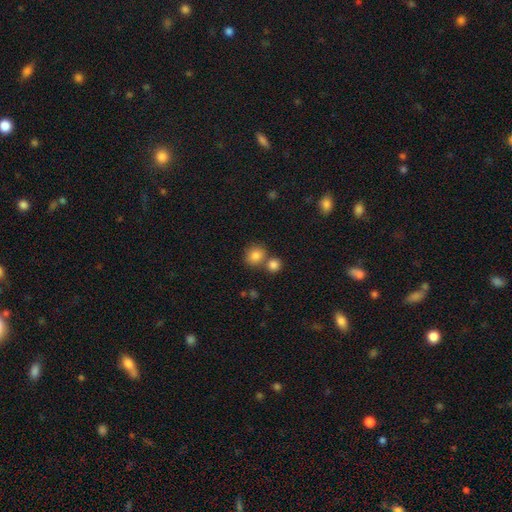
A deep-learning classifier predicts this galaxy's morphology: Q: Smooth or featured?
A: smooth (84%); runner-up: star or artifact (10%)
Q: How rounded?
A: round (75%); runner-up: in between (24%)
Q: Merging?
A: none (57%); runner-up: merger (30%)